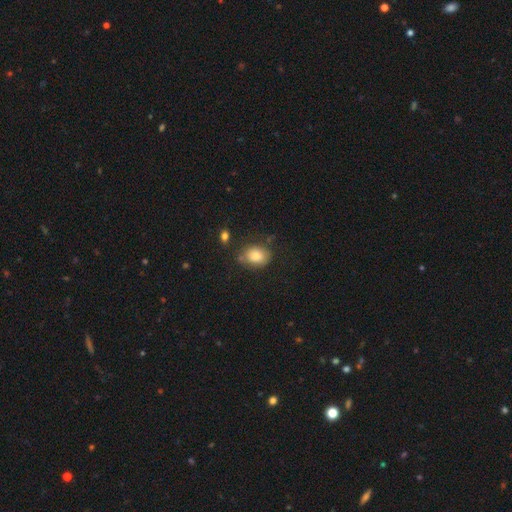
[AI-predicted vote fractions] Smooth or featured: smooth — 81% (featured or disk — 10%)
How rounded: in between — 53% (round — 46%)
Merging: none — 69% (minor disturbance — 19%)